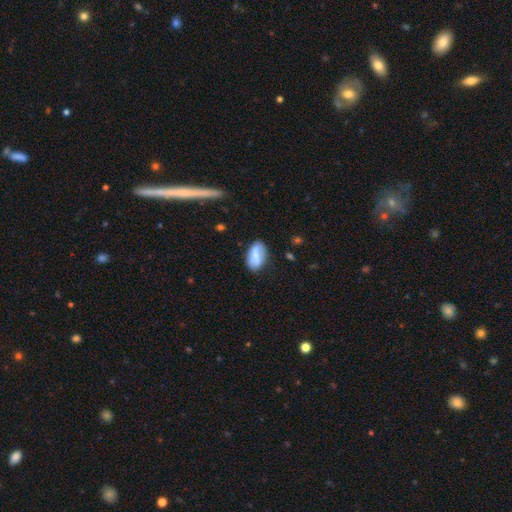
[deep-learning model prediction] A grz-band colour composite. It shows a smooth galaxy with no disk features (72%) that is in between round and cigar-shaped (92%). Merging: none (73%).